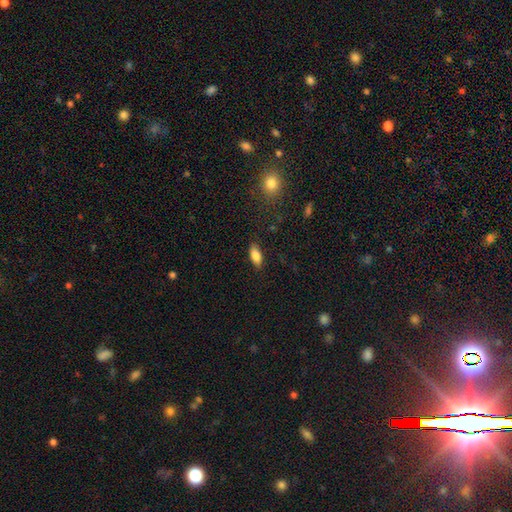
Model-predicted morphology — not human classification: The model was most divided on "how rounded": in between: 84%, cigar-shaped: 14%, round: 3%. More confident: merging — none (85%); smooth or featured — smooth (84%).